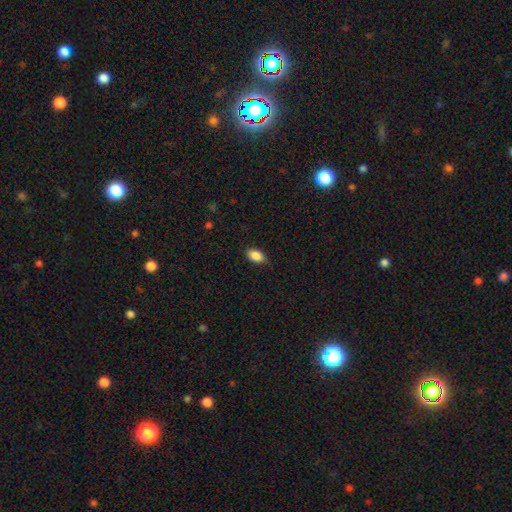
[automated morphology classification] Q: Smooth or featured?
A: smooth (87%); runner-up: star or artifact (8%)
Q: How rounded?
A: in between (91%); runner-up: round (7%)
Q: Merging?
A: none (82%); runner-up: minor disturbance (14%)